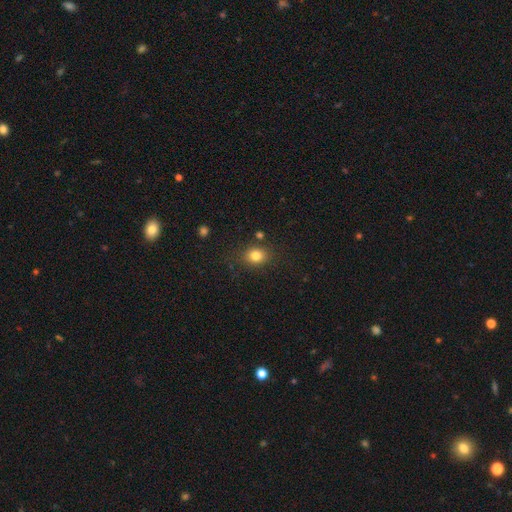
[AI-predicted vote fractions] Q: Smooth or featured?
A: smooth (81%); runner-up: star or artifact (12%)
Q: How rounded?
A: round (59%); runner-up: in between (40%)
Q: Merging?
A: none (81%); runner-up: minor disturbance (12%)